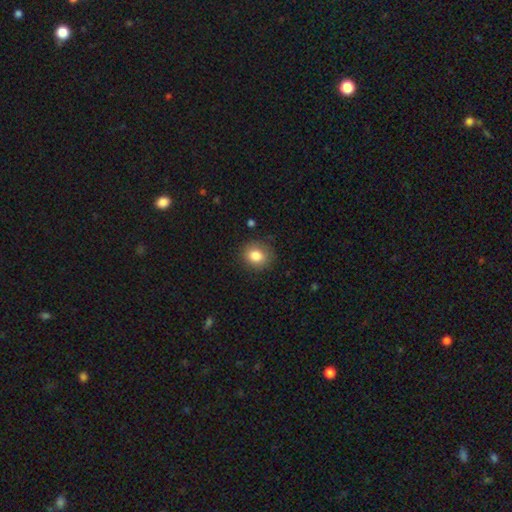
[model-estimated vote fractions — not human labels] A smooth galaxy with no disk features (83%) that is round (72%).

Vote fractions:
- Smooth or featured? smooth: 83% / star or artifact: 10% / featured or disk: 7%
- How rounded? round: 72% / in between: 28% / cigar-shaped: 1%
- Merging? none: 85% / minor disturbance: 11% / major disturbance: 3% / merger: 1%